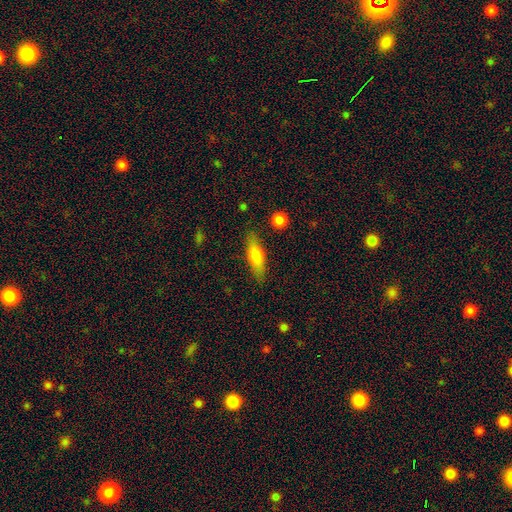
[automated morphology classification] smooth-or-featured: smooth: 68% | featured or disk: 26% | star or artifact: 6%
  how-rounded: cigar-shaped: 53% | in between: 44% | round: 3%
  merging: none: 84% | minor disturbance: 11% | major disturbance: 3% | merger: 2%